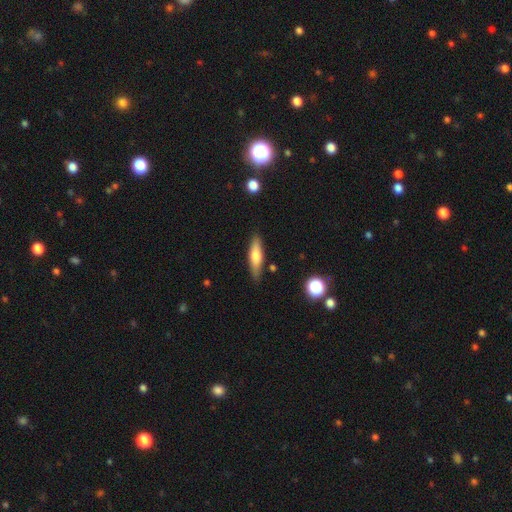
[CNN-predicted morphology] type=smooth (61%); roundness=cigar-shaped (66%); merging=none (83%).